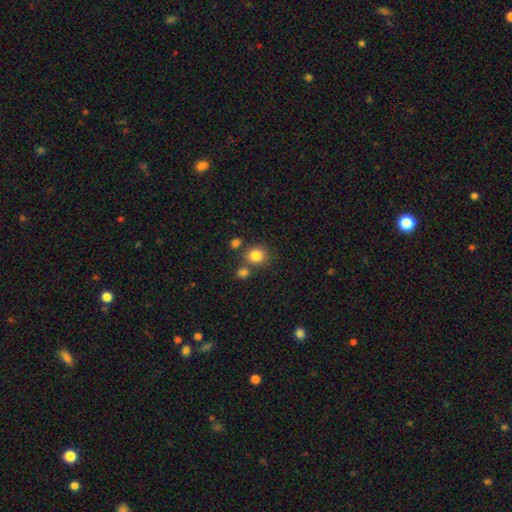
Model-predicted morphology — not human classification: smooth 83%, star or artifact 11%, featured or disk 6%. Down the decision tree: how rounded — round (85%); merging — none (69%).